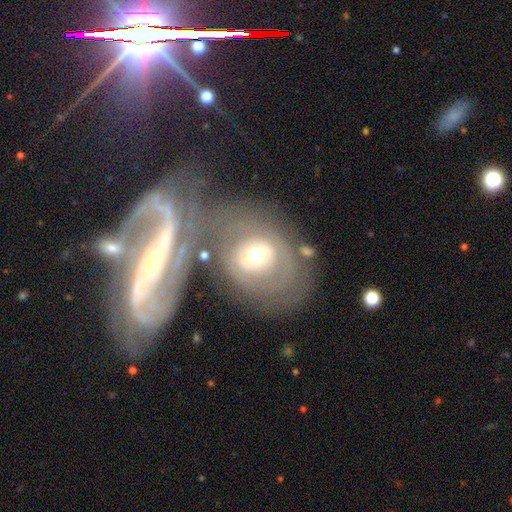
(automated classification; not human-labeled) A featured or disk galaxy (55%) with no bar (66%), no spiral arms (65%) and a moderate central bulge (67%).

Vote fractions:
- Smooth or featured? featured or disk: 55% / smooth: 36% / star or artifact: 9%
- Edge-on disk? no: 93% / yes: 7%
- Bar? no: 66% / weak: 22% / strong: 12%
- Spiral arms? no: 65% / yes: 35%
- Bulge size? moderate: 67% / small: 15% / large: 14% / dominant: 2% / none: 2%
- Merging? none: 46% / merger: 27% / minor disturbance: 14% / major disturbance: 12%